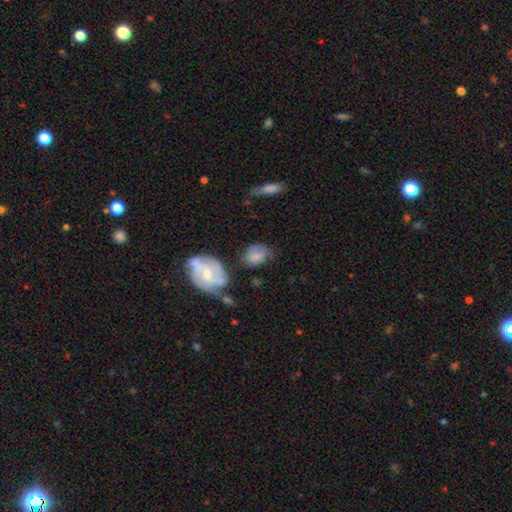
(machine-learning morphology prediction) smooth-or-featured: smooth: 67% | featured or disk: 24% | star or artifact: 8%
  how-rounded: in between: 66% | round: 32% | cigar-shaped: 2%
  merging: none: 56% | minor disturbance: 24% | major disturbance: 11% | merger: 9%